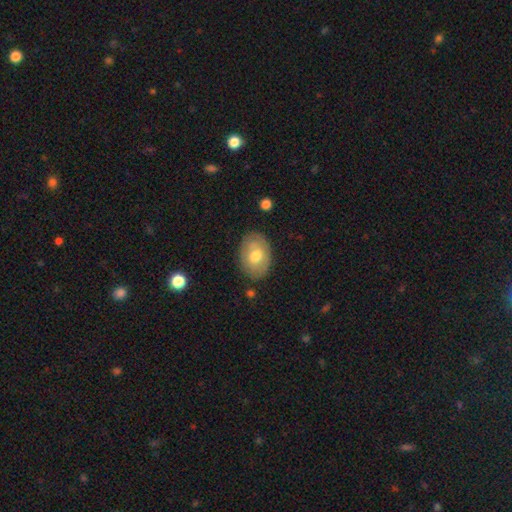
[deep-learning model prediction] smooth_or_featured: smooth (p=0.65) [alt: featured or disk p=0.28]
how_rounded: in between (p=0.80) [alt: round p=0.19]
merging: none (p=0.83) [alt: minor disturbance p=0.13]